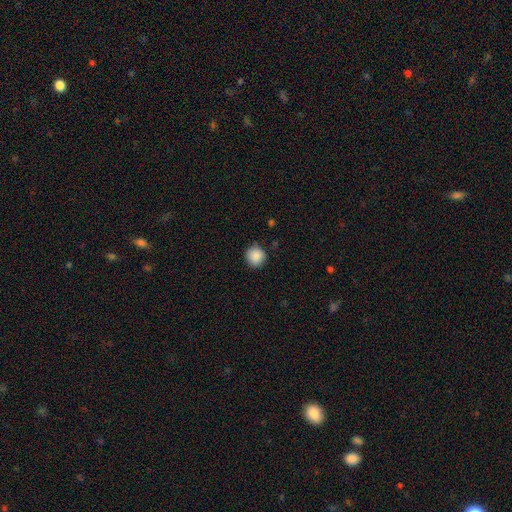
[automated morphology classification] Q: Smooth or featured?
A: smooth (88%); runner-up: star or artifact (9%)
Q: How rounded?
A: round (93%); runner-up: in between (7%)
Q: Merging?
A: none (86%); runner-up: minor disturbance (11%)